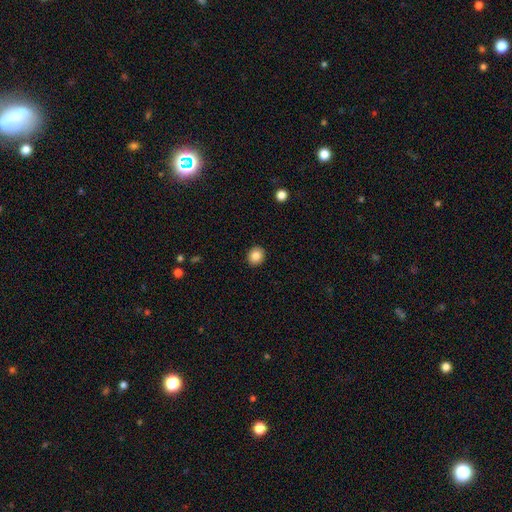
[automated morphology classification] The model was most divided on "how rounded": round: 76%, in between: 23%, cigar-shaped: 1%. More confident: merging — none (92%); smooth or featured — smooth (85%).